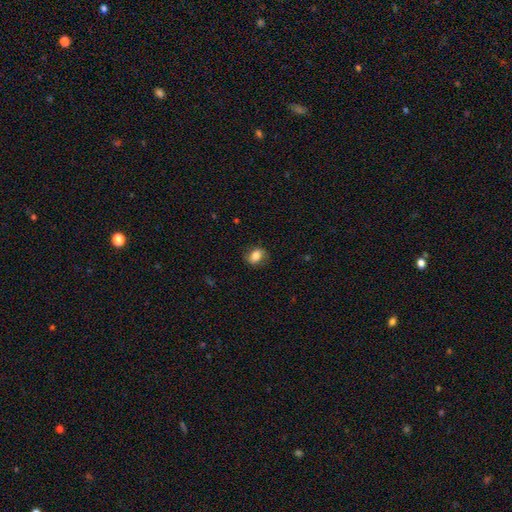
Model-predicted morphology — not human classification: A smooth galaxy with no disk features (80%) that is in between round and cigar-shaped (67%).

Vote fractions:
- Smooth or featured? smooth: 80% / featured or disk: 12% / star or artifact: 8%
- How rounded? in between: 67% / round: 32% / cigar-shaped: 1%
- Merging? none: 78% / minor disturbance: 16% / major disturbance: 5% / merger: 1%